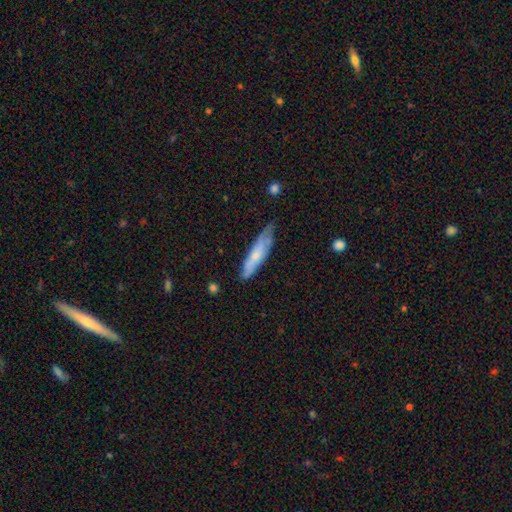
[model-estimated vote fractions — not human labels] A smooth galaxy with no disk features (53%) that is cigar-shaped (77%). Merging: none (64%).